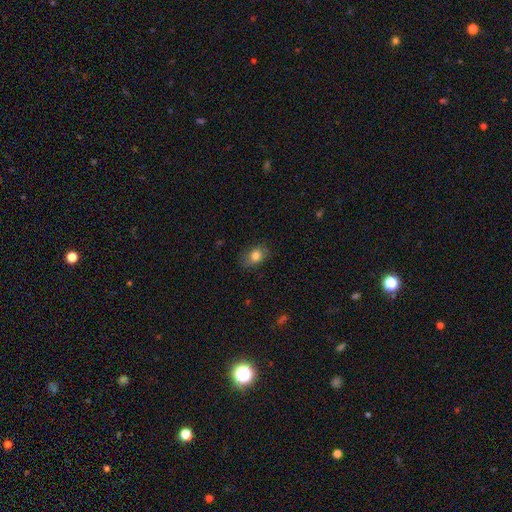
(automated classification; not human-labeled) Smooth or featured? Predicted: smooth (p=0.81). How rounded? Predicted: in between (p=0.76). Merging? Predicted: none (p=0.77).